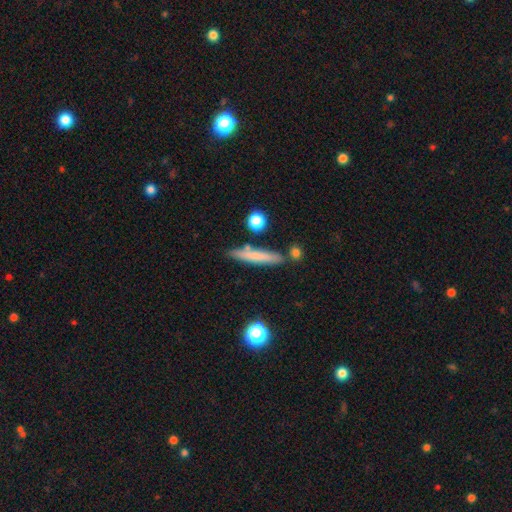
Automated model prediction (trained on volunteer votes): Smooth or featured?
  - smooth: 68% *
  - featured or disk: 25%
  - star or artifact: 7%
How rounded?
  - cigar-shaped: 92% *
  - in between: 6%
  - round: 2%
Merging?
  - none: 79% *
  - minor disturbance: 11%
  - merger: 7%
  - major disturbance: 3%